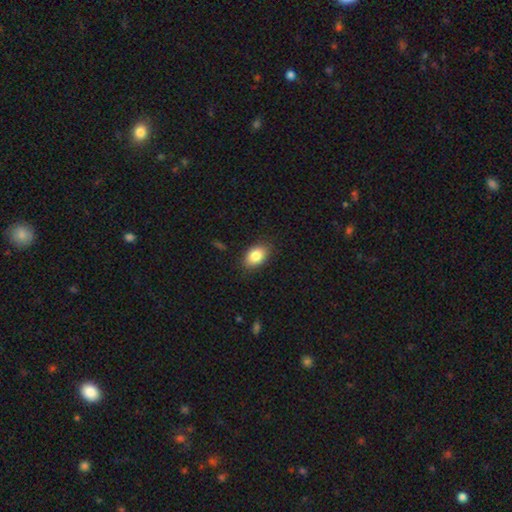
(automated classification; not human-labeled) Overall: smooth (85%). How rounded: in between (84%). Merging: none (86%).